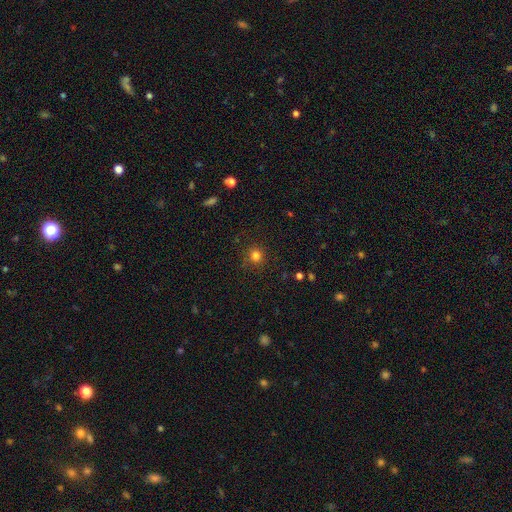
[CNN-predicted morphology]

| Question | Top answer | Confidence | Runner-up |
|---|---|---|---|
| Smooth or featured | smooth | 81% | star or artifact (15%) |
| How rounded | round | 92% | in between (7%) |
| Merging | none | 87% | minor disturbance (8%) |